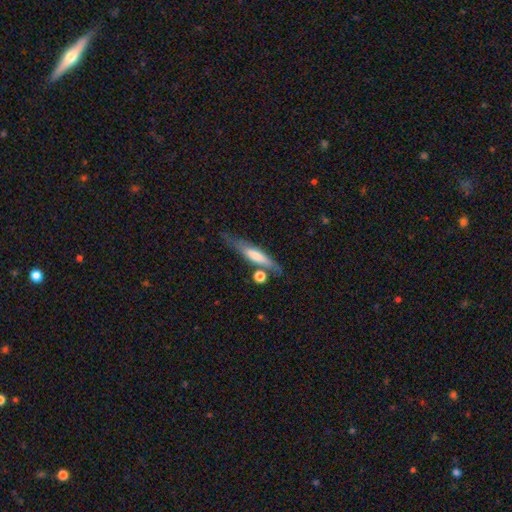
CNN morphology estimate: This appears to be a smooth galaxy with no disk features (51%) that is cigar-shaped (85%). Merging: none (66%).